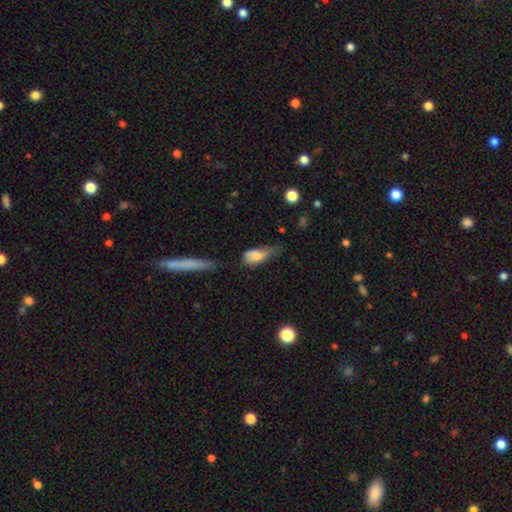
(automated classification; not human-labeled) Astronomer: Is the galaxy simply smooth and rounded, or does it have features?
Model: smooth — 70%.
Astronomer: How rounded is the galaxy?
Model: in between — 81%.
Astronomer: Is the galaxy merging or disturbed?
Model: minor disturbance — 39% (runner-up: major disturbance, 34%).